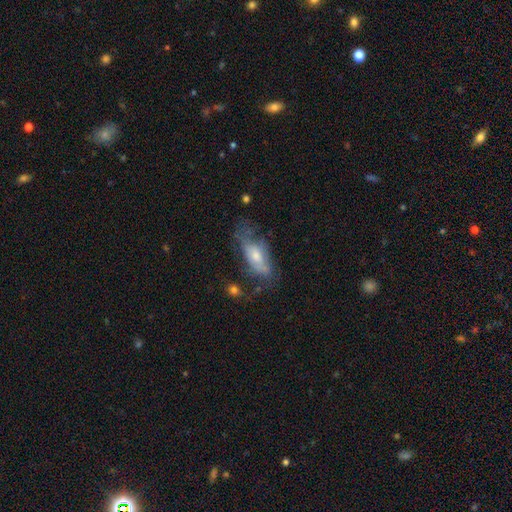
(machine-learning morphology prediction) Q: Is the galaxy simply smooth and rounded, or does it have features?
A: featured or disk — 48%.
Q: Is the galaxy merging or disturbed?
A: none — 42%.